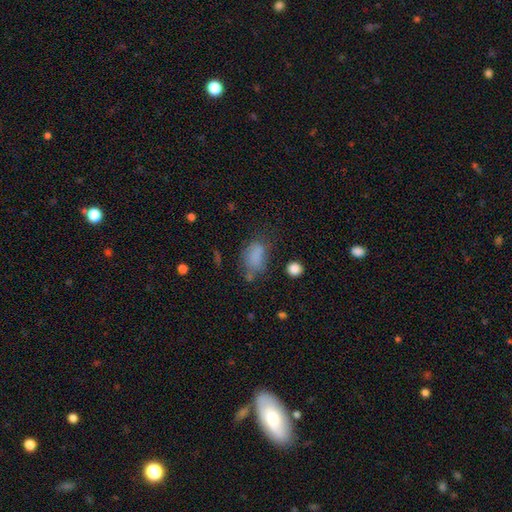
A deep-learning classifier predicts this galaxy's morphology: smooth_or_featured: smooth (p=0.76) [alt: star or artifact p=0.12]
how_rounded: in between (p=0.82) [alt: round p=0.16]
merging: none (p=0.45) [alt: minor disturbance p=0.29]